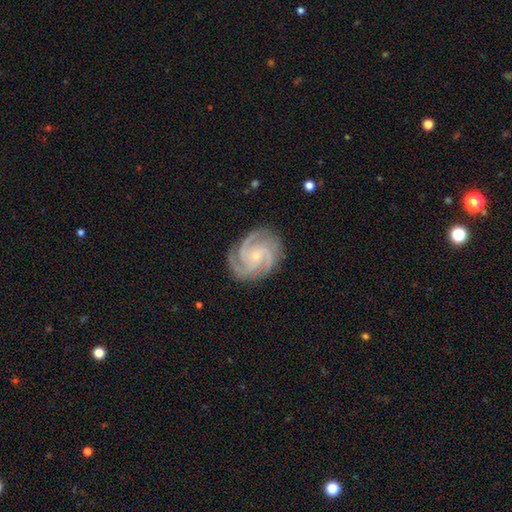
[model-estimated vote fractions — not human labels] smooth-or-featured: featured or disk: 93% | star or artifact: 4% | smooth: 3%
  disk-edge-on: no: 98% | yes: 2%
    bar: no: 71% | weak: 23% | strong: 6%
    has-spiral-arms: yes: 99% | no: 1%
      spiral-winding: tight: 63% | medium: 34% | loose: 3%
      spiral-arm-count: 3: 60% | 4: 20% | 2: 6% | can't tell: 5% | more than 4: 4% | 1: 4%
    bulge-size: small: 81% | moderate: 16% | none: 2% | large: 1% | dominant: 1%
  merging: none: 83% | minor disturbance: 13% | major disturbance: 3% | merger: 1%